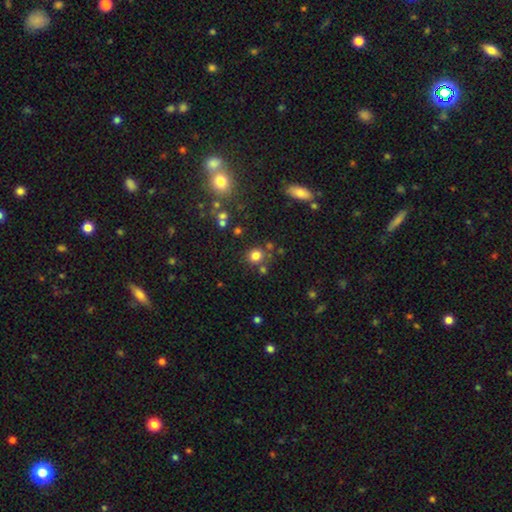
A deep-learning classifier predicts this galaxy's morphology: smooth 79%, star or artifact 15%, featured or disk 6%. Down the decision tree: how rounded — round (82%); merging — none (77%).